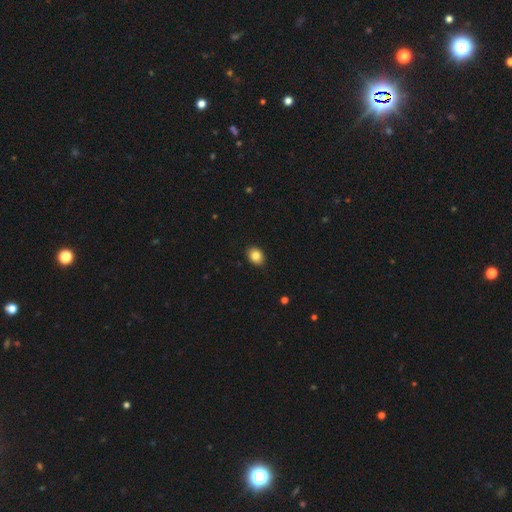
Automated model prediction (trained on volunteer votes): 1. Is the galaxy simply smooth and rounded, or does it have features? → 84% smooth, 9% star or artifact, 7% featured or disk.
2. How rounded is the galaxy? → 63% in between, 36% round, 1% cigar-shaped.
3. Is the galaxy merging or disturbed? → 90% none, 7% minor disturbance, 2% major disturbance, 1% merger.